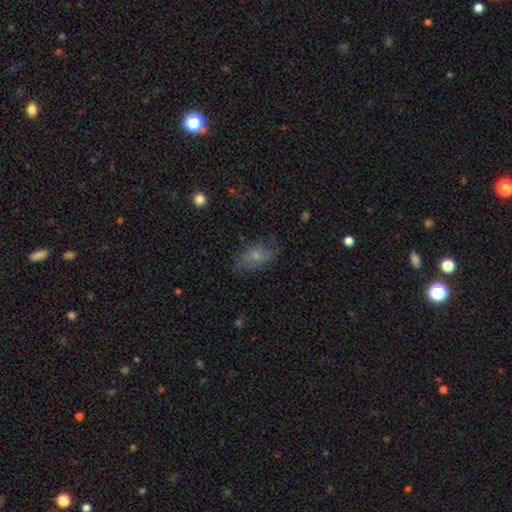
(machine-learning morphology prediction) smooth 70%, featured or disk 20%, star or artifact 10%. Down the decision tree: how rounded — in between (89%); merging — none (67%).